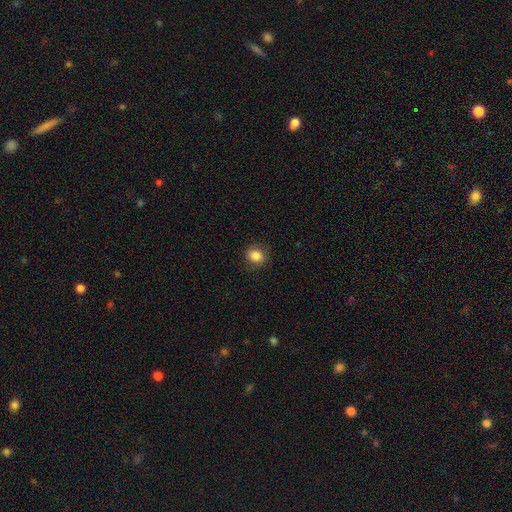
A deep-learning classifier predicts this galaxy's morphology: smooth_or_featured: smooth (p=0.84) [alt: star or artifact p=0.10]
how_rounded: round (p=0.74) [alt: in between p=0.25]
merging: none (p=0.83) [alt: minor disturbance p=0.12]